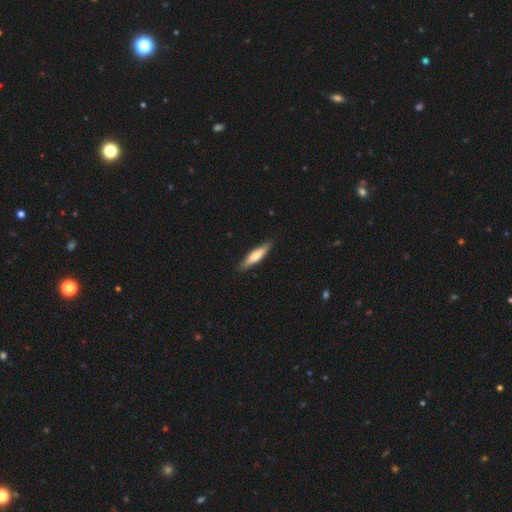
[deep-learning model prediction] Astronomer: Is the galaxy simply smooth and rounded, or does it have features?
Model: smooth — 66%.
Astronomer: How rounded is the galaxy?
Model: cigar-shaped — 77%.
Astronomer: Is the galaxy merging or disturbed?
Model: none — 88%.